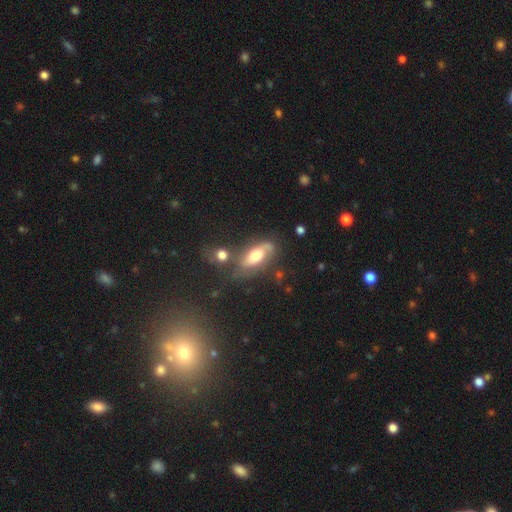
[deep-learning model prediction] Morphology: type=featured or disk (56%); edge-on=no (85%); merging=none (51%).